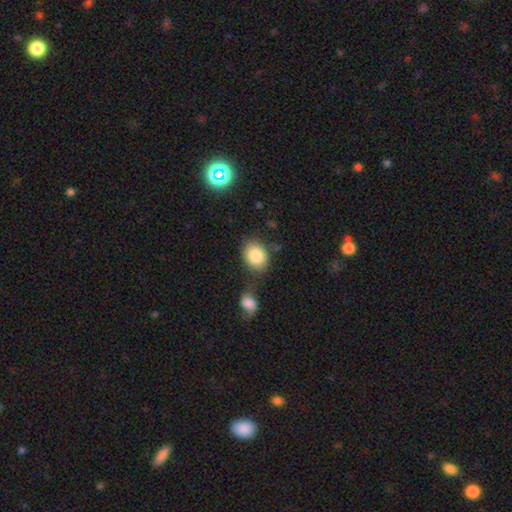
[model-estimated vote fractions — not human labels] smooth_or_featured: smooth (p=0.84) [alt: star or artifact p=0.08]
how_rounded: in between (p=0.53) [alt: round p=0.46]
merging: none (p=0.66) [alt: minor disturbance p=0.15]